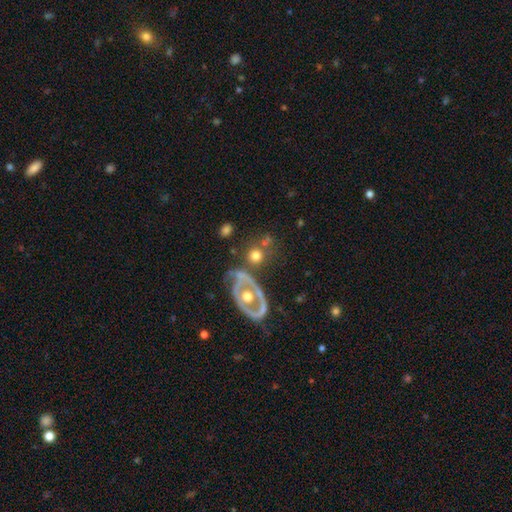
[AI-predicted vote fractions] Morphology: type=smooth (57%); roundness=round (84%); merging=none (62%).